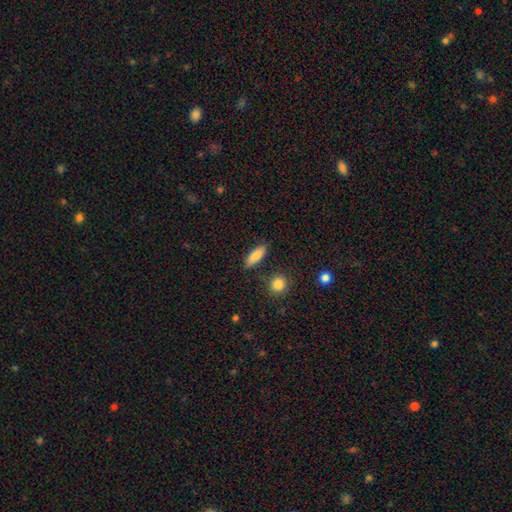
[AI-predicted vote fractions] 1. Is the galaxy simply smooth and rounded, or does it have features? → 85% smooth, 8% featured or disk, 7% star or artifact.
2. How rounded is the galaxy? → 58% in between, 39% cigar-shaped, 3% round.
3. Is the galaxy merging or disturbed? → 86% none, 9% minor disturbance, 3% merger, 2% major disturbance.